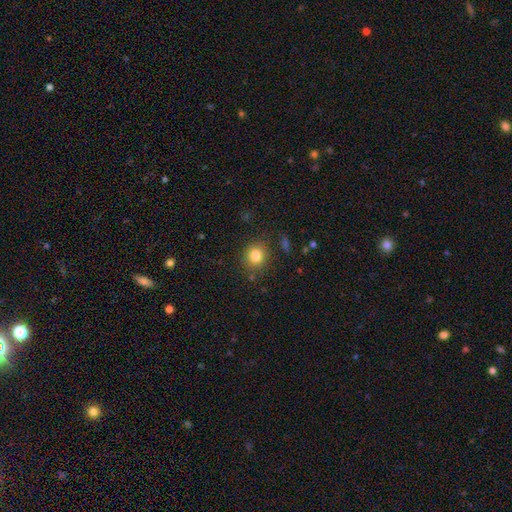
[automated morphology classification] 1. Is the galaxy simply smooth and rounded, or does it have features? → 82% smooth, 11% star or artifact, 7% featured or disk.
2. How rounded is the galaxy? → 80% round, 19% in between, 1% cigar-shaped.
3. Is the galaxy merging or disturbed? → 85% none, 10% minor disturbance, 3% major disturbance, 2% merger.